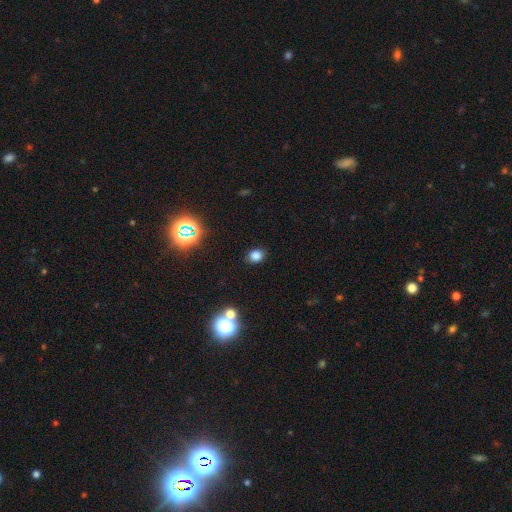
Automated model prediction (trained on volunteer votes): smooth 77%, star or artifact 18%, featured or disk 5%. Down the decision tree: how rounded — round (52%); merging — none (88%).